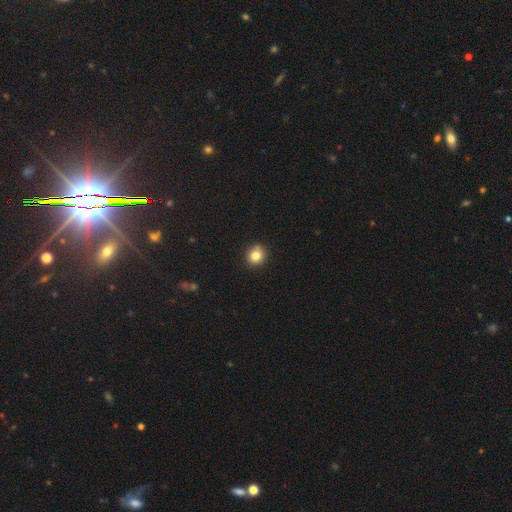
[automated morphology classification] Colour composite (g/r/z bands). It shows a smooth galaxy with no disk features (83%) that is round (81%). Merging: none (87%).